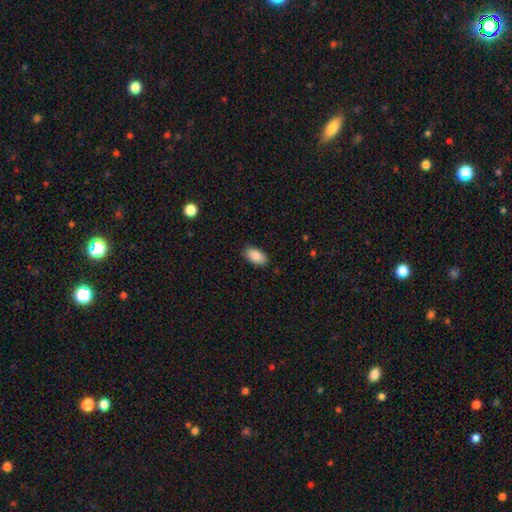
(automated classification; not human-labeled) smooth 89%, star or artifact 7%, featured or disk 4%. Down the decision tree: how rounded — in between (95%); merging — none (87%).